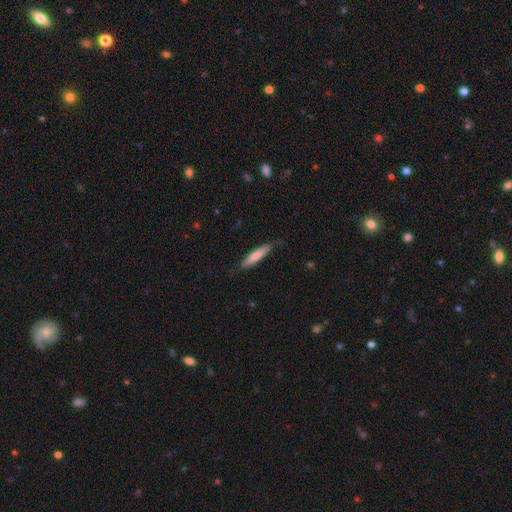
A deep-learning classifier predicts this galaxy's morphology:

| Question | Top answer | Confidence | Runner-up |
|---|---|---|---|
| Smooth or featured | smooth | 70% | featured or disk (25%) |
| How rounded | cigar-shaped | 87% | in between (12%) |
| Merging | none | 81% | minor disturbance (15%) |